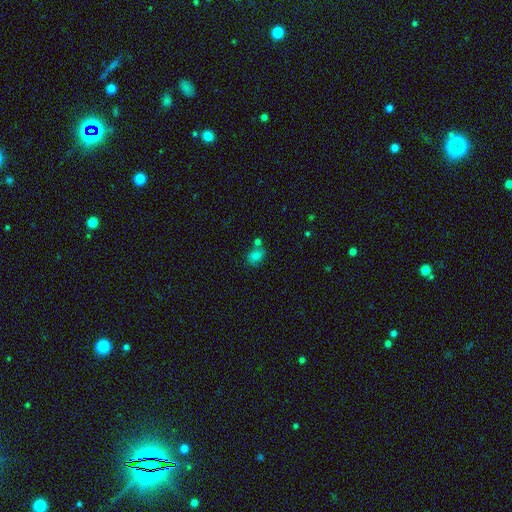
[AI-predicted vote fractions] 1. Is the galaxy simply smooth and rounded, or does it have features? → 75% smooth, 14% star or artifact, 10% featured or disk.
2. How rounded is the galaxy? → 57% in between, 42% round, 1% cigar-shaped.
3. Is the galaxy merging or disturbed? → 60% none, 19% merger, 16% minor disturbance, 5% major disturbance.